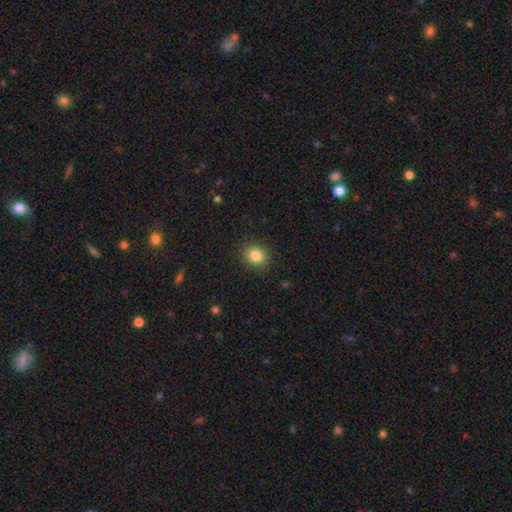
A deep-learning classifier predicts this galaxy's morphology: Smooth or featured?
  - smooth: 84% *
  - star or artifact: 10%
  - featured or disk: 6%
How rounded?
  - round: 68% *
  - in between: 31%
  - cigar-shaped: 1%
Merging?
  - none: 89% *
  - minor disturbance: 8%
  - major disturbance: 2%
  - merger: 1%